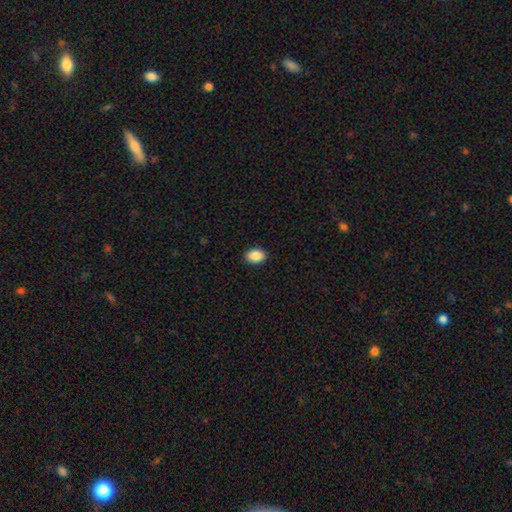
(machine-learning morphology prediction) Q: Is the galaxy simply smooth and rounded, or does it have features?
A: smooth — 88%.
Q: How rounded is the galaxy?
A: in between — 76%.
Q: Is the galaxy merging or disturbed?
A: none — 91%.